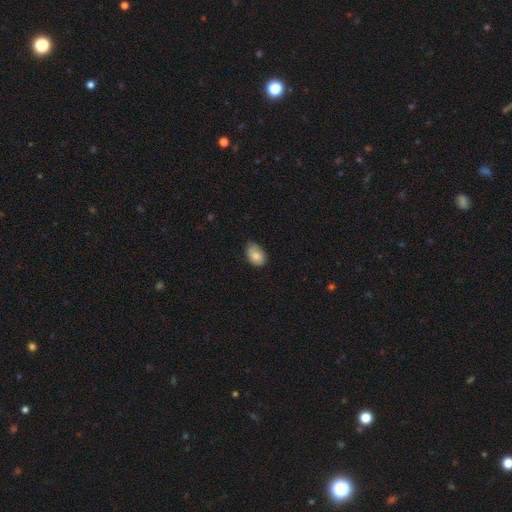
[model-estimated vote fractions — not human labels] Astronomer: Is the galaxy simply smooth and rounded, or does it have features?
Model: smooth — 79%.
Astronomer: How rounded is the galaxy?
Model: in between — 81%.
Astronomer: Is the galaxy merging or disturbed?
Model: none — 59% (runner-up: minor disturbance, 34%).